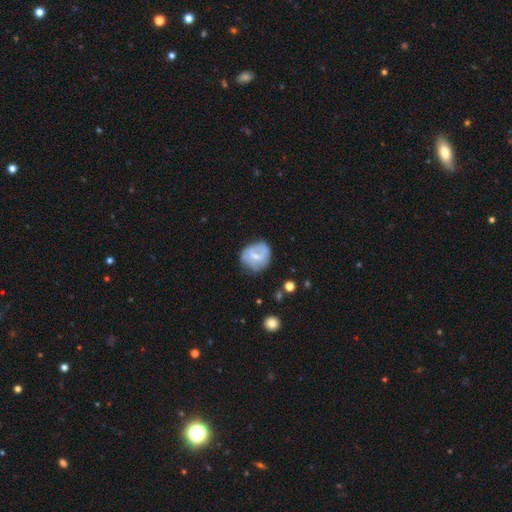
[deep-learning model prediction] Q: Smooth or featured?
A: featured or disk (48%); runner-up: smooth (44%)
Q: Merging?
A: none (56%); runner-up: minor disturbance (28%)